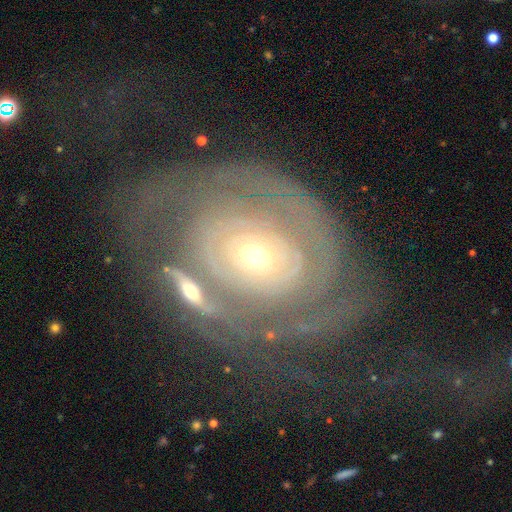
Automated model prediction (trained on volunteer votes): smooth_or_featured: featured or disk (p=0.83) [alt: smooth p=0.11]
disk_edge_on: no (p=0.95) [alt: yes p=0.05]
bar: no (p=0.84) [alt: weak p=0.11]
has_spiral_arms: yes (p=0.82) [alt: no p=0.18]
spiral_winding: tight (p=0.75) [alt: medium p=0.17]
spiral_arm_count: can't tell (p=0.41) [alt: 2 p=0.27]
bulge_size: small (p=0.58) [alt: moderate p=0.36]
merging: none (p=0.42) [alt: merger p=0.24]